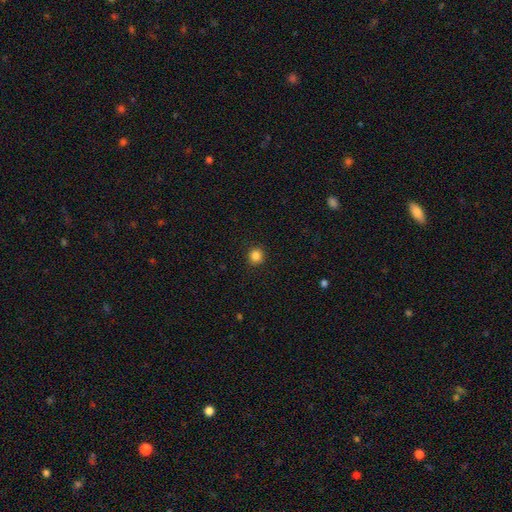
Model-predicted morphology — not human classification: This is clearly a smooth galaxy (85%). How rounded: clearly round (93%). Merging: clearly none (92%).